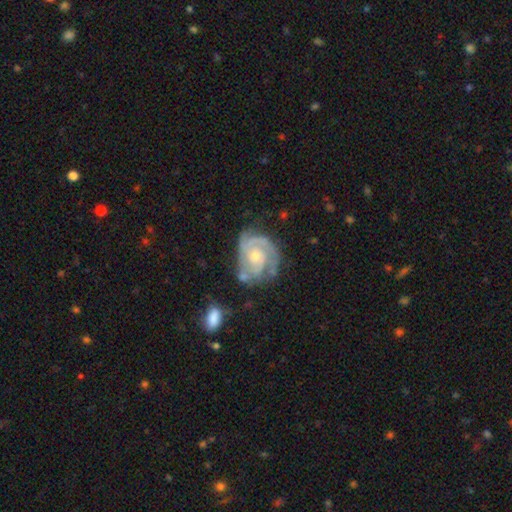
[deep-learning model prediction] This appears to be a featured or disk galaxy (87%) with no bar (71%), 2 (40%) tight (63%) spiral arms (97%) and a small central bulge (55%). Merging: none (59%).